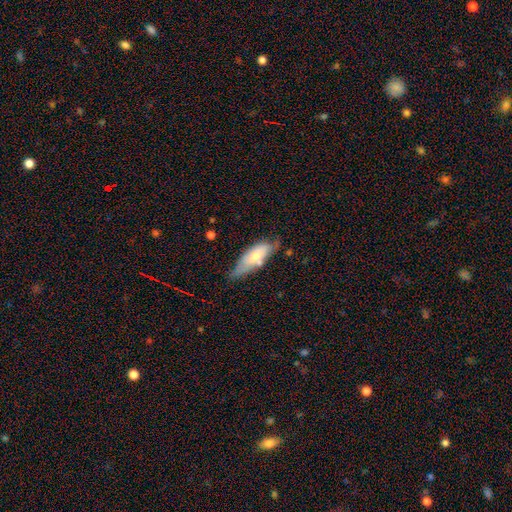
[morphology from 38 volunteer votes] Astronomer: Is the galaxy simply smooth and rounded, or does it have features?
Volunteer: featured or disk — 47% (runner-up: smooth, 45%).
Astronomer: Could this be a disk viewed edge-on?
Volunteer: no — 61% (runner-up: yes, 39%).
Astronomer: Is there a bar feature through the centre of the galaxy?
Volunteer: no — 73%.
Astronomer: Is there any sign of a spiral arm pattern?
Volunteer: no — 91%.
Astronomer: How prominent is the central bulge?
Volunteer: moderate — 45%, tied with small at 45%.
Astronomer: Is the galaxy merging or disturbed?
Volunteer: none — 40%, tied with minor disturbance at 40%.